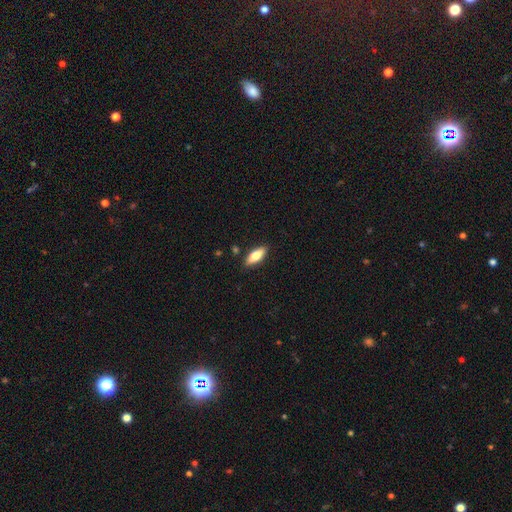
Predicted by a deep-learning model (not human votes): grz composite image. It shows a smooth galaxy with no disk features (73%) that is in between round and cigar-shaped (71%). Merging: none (87%).